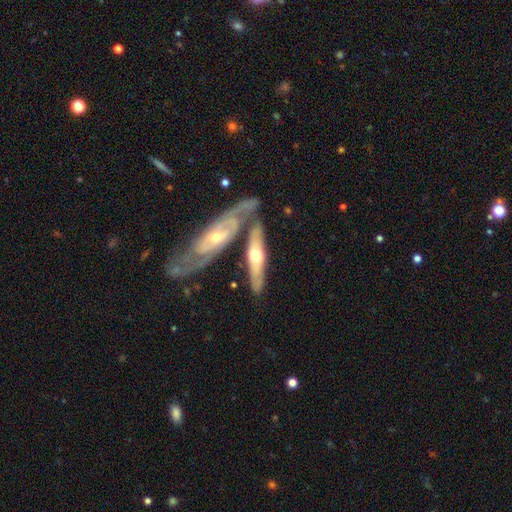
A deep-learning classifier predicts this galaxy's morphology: smooth-or-featured: featured or disk: 66% | smooth: 30% | star or artifact: 4%
  disk-edge-on: yes: 66% | no: 34%
  merging: none: 54% | merger: 26% | minor disturbance: 15% | major disturbance: 5%